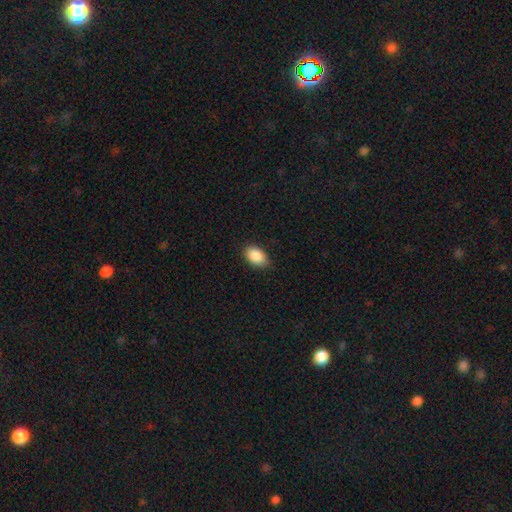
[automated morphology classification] smooth 89%, star or artifact 7%, featured or disk 4%. Down the decision tree: how rounded — in between (89%); merging — none (83%).